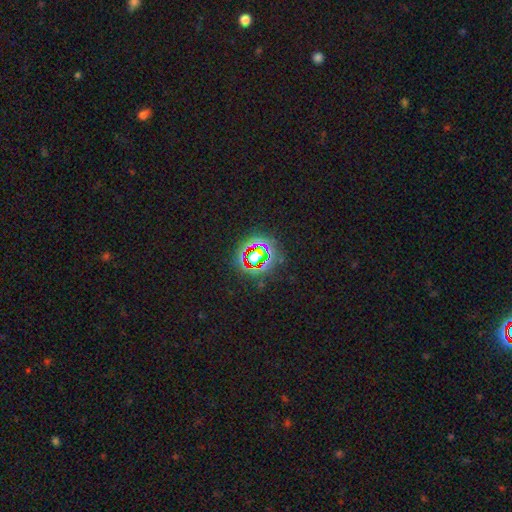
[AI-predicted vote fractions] Smooth or featured?
  - star or artifact: 72% *
  - smooth: 17%
  - featured or disk: 11%